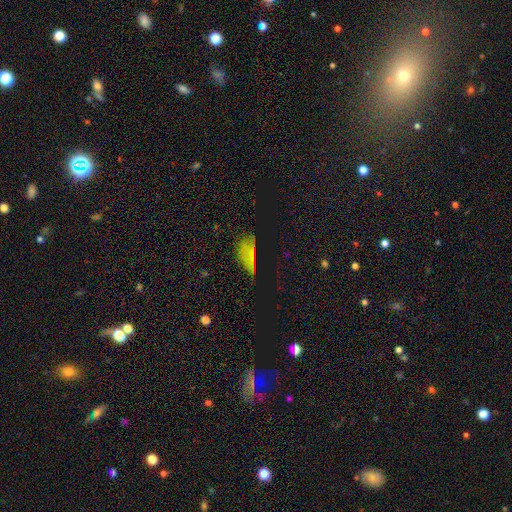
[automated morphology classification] smooth-or-featured: smooth: 49% | star or artifact: 41% | featured or disk: 11%
  merging: none: 61% | minor disturbance: 22% | major disturbance: 12% | merger: 5%